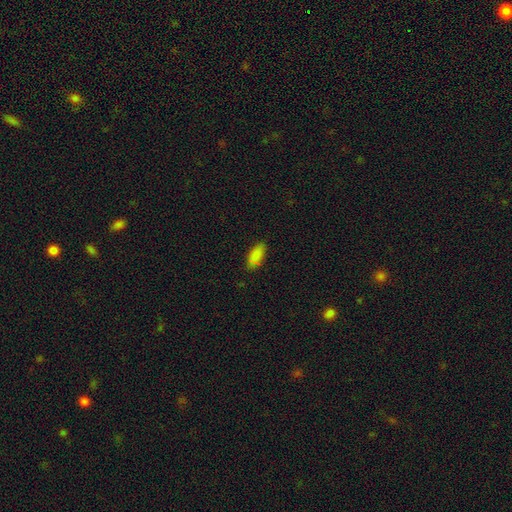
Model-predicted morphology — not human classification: type=smooth (83%); roundness=in between (87%); merging=none (76%).